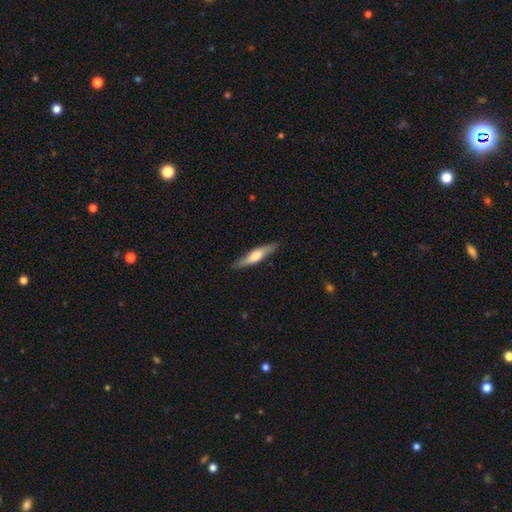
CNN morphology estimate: type=smooth (48%); merging=none (86%).